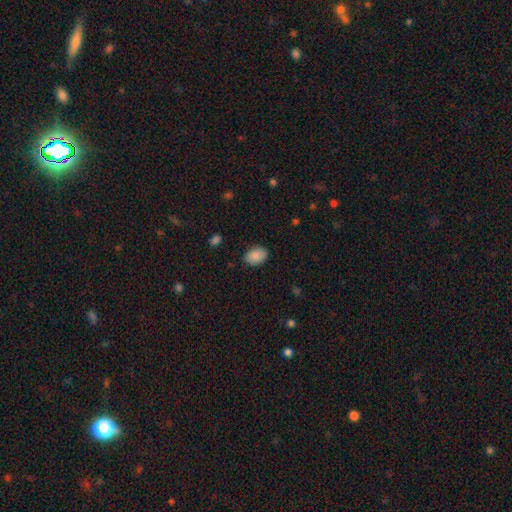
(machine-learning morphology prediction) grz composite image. It shows a smooth galaxy with no disk features (88%) that is in between round and cigar-shaped (85%). Merging: none (85%).